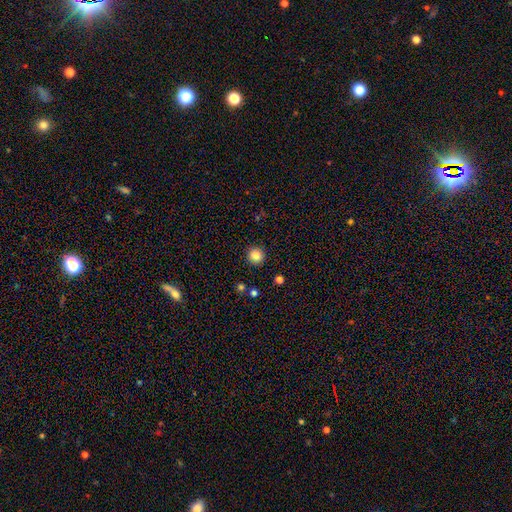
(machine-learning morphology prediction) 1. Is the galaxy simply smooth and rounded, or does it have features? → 85% smooth, 11% star or artifact, 4% featured or disk.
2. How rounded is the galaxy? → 94% round, 5% in between, 1% cigar-shaped.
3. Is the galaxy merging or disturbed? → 92% none, 5% minor disturbance, 2% major disturbance, 1% merger.